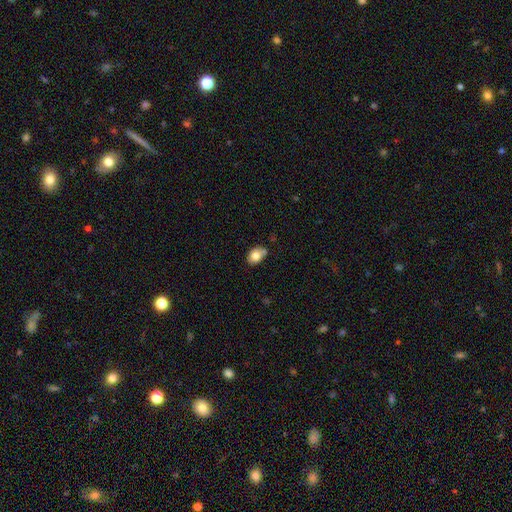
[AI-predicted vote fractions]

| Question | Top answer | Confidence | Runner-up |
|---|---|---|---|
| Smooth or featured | smooth | 79% | featured or disk (12%) |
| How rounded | in between | 68% | round (31%) |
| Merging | none | 59% | minor disturbance (22%) |